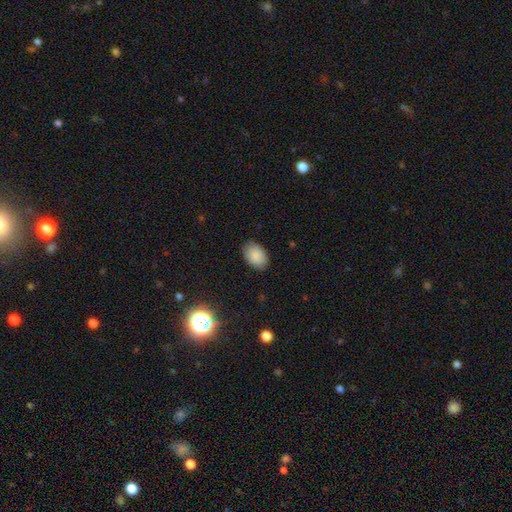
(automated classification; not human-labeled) smooth-or-featured: smooth: 87% | star or artifact: 8% | featured or disk: 5%
  how-rounded: in between: 86% | round: 13% | cigar-shaped: 1%
  merging: none: 84% | minor disturbance: 12% | major disturbance: 3% | merger: 1%